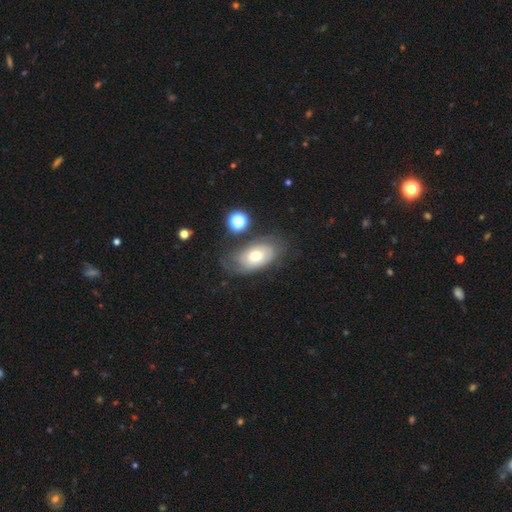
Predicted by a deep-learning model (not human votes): Overall: smooth (47%; featured or disk 43%). Merging: none (57%; minor disturbance 24%).